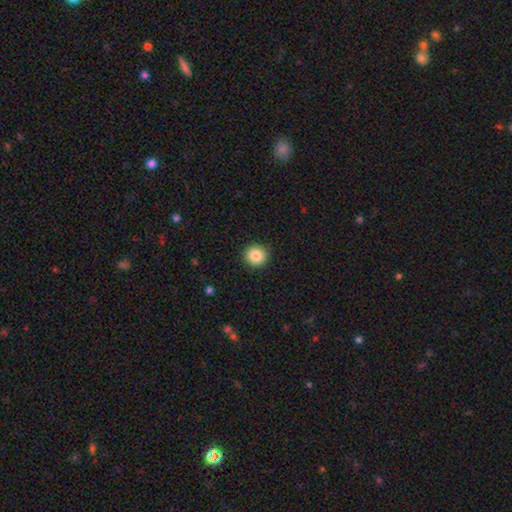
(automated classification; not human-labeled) Smooth or featured? Predicted: smooth (p=0.85). How rounded? Predicted: round (p=0.92). Merging? Predicted: none (p=0.92).